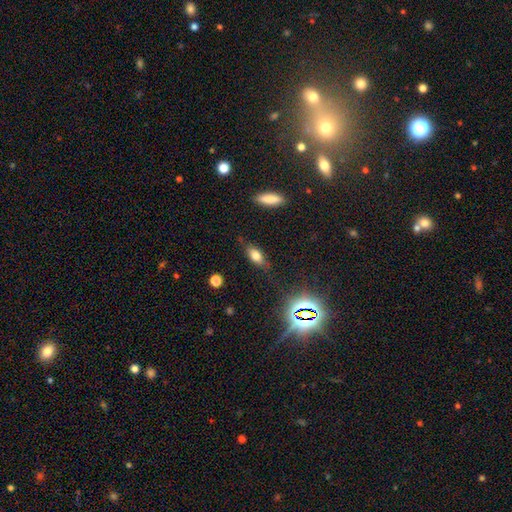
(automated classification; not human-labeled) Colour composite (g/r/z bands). It shows a smooth galaxy with no disk features (71%) that is in between round and cigar-shaped (78%). Merging: none (75%).